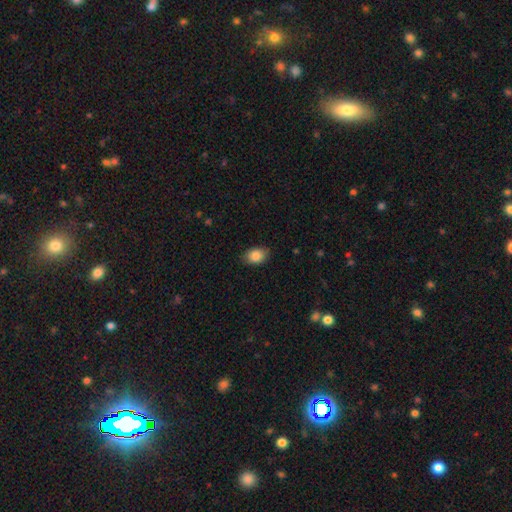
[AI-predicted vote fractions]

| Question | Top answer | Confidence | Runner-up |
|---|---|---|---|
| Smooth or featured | smooth | 86% | star or artifact (8%) |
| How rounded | in between | 80% | round (19%) |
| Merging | none | 83% | minor disturbance (13%) |